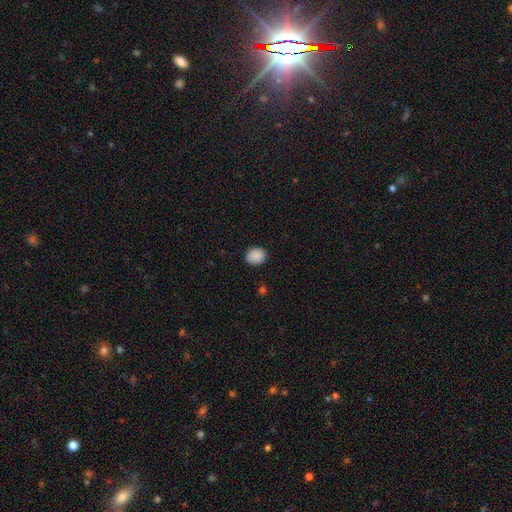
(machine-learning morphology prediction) Smooth or featured: smooth — 89% (star or artifact — 8%)
How rounded: round — 54% (in between — 45%)
Merging: none — 87% (minor disturbance — 10%)